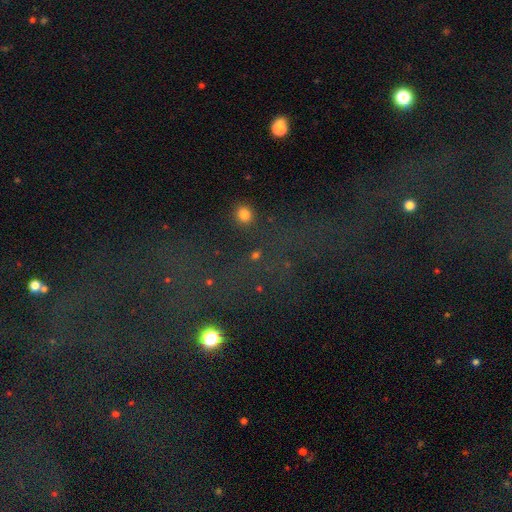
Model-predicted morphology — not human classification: Smooth or featured?
  - smooth: 49% *
  - star or artifact: 41%
  - featured or disk: 10%
Merging?
  - none: 71% *
  - major disturbance: 11%
  - minor disturbance: 9%
  - merger: 8%